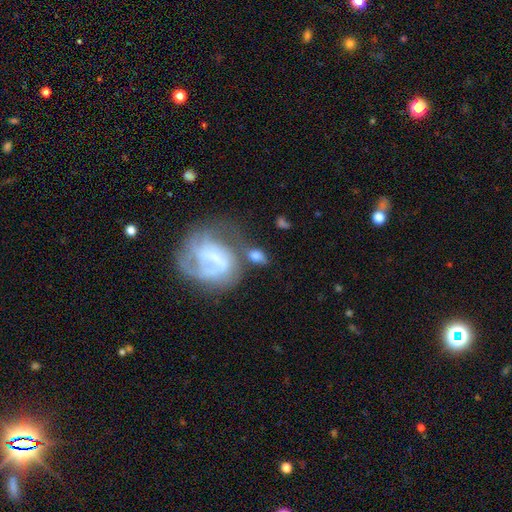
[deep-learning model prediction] Overall: smooth (59%; featured or disk 31%). How rounded: in between (73%). Merging: none (46%; merger 20%).